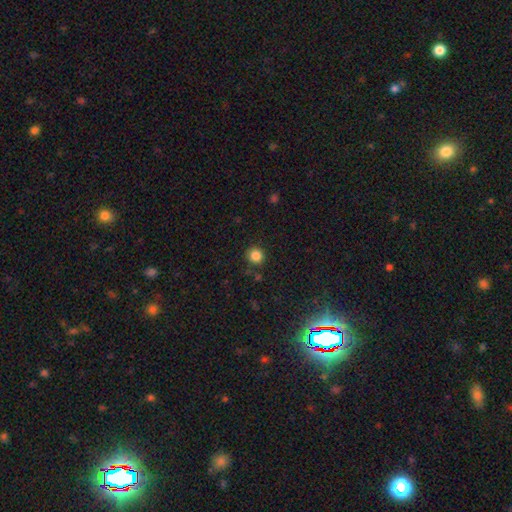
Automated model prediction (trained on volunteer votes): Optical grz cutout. It shows a smooth galaxy with no disk features (84%) that is round (91%). Merging: none (88%).